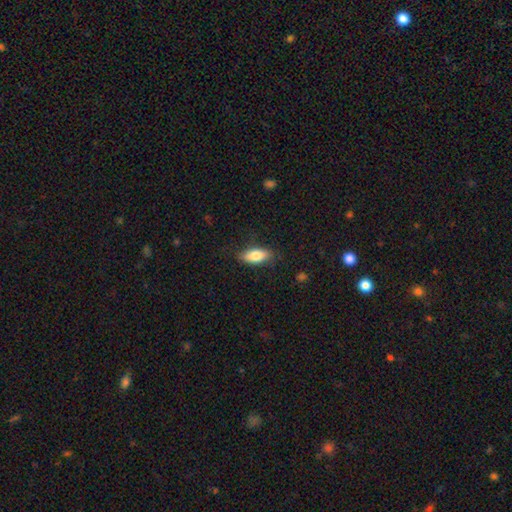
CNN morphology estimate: smooth 80%, featured or disk 14%, star or artifact 6%. Down the decision tree: how rounded — in between (83%); merging — none (83%).